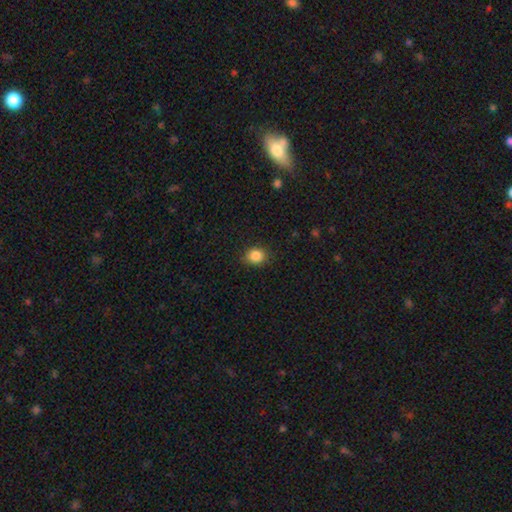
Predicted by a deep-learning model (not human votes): A smooth galaxy with no disk features (86%) that is round (67%).

Vote fractions:
- Smooth or featured? smooth: 86% / star or artifact: 10% / featured or disk: 4%
- How rounded? round: 67% / in between: 32% / cigar-shaped: 1%
- Merging? none: 84% / minor disturbance: 12% / major disturbance: 3% / merger: 1%